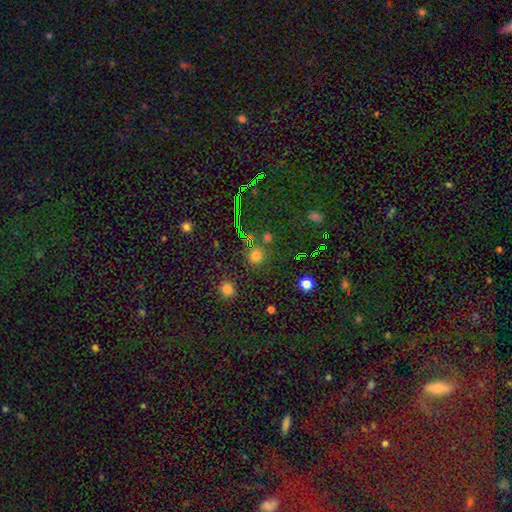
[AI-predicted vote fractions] smooth_or_featured: smooth (p=0.63) [alt: star or artifact p=0.30]
how_rounded: round (p=0.92) [alt: in between p=0.07]
merging: none (p=0.79) [alt: merger p=0.09]